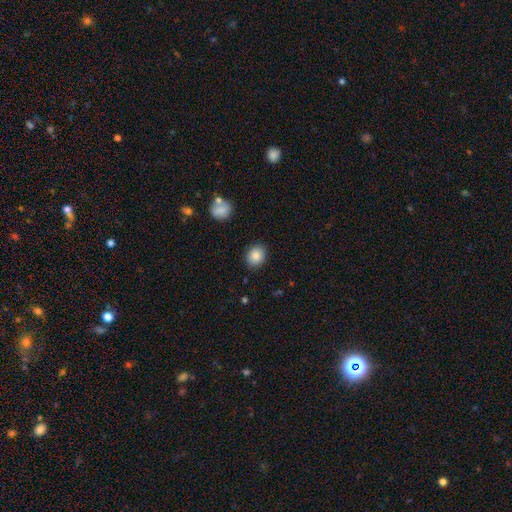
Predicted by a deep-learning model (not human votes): Overall: smooth (86%). How rounded: round (60%; in between 39%). Merging: none (87%).